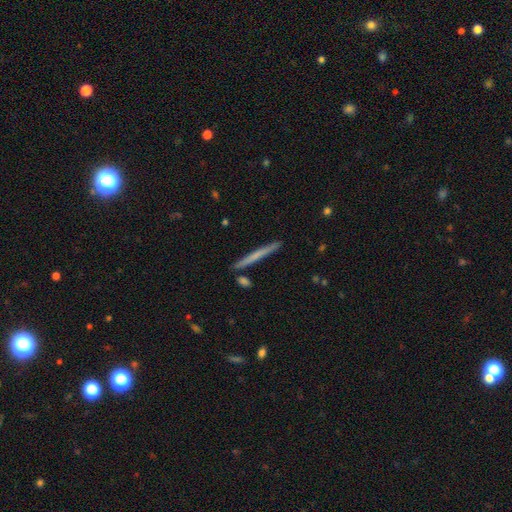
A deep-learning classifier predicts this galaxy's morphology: Smooth or featured? smooth (55%)
How rounded? cigar-shaped (97%)
Merging? none (90%)